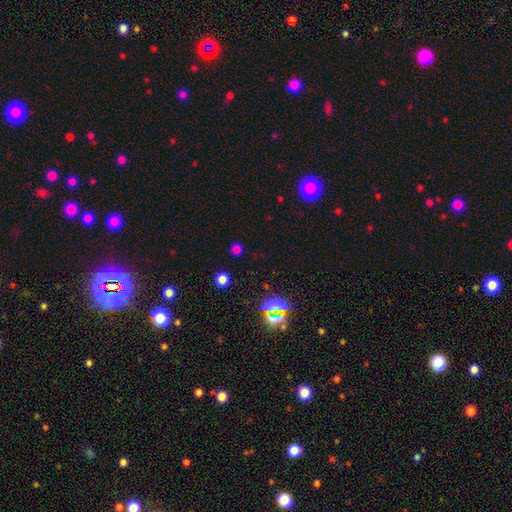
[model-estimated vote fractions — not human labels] smooth-or-featured: smooth: 53% | star or artifact: 41% | featured or disk: 6%
  how-rounded: round: 89% | in between: 9% | cigar-shaped: 1%
  merging: none: 87% | minor disturbance: 7% | major disturbance: 3% | merger: 3%